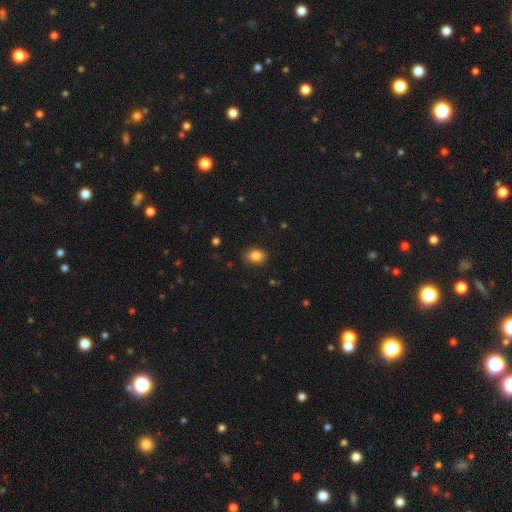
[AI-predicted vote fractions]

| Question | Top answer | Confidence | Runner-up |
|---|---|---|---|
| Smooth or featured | smooth | 86% | star or artifact (9%) |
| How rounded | in between | 65% | round (34%) |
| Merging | none | 85% | minor disturbance (11%) |